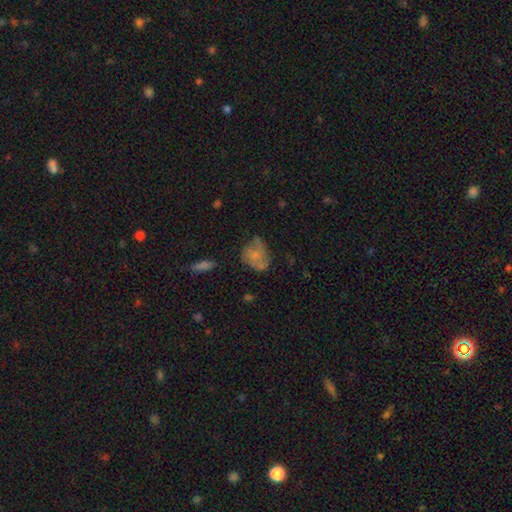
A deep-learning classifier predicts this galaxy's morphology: Smooth or featured: smooth — 54% (featured or disk — 37%)
How rounded: in between — 56% (round — 43%)
Merging: none — 45% (minor disturbance — 32%)